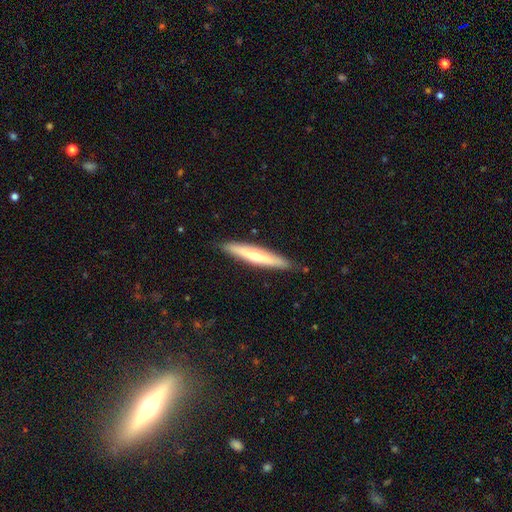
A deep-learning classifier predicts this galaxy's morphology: Smooth or featured? Predicted: smooth (p=0.50). Merging? Predicted: none (p=0.87).